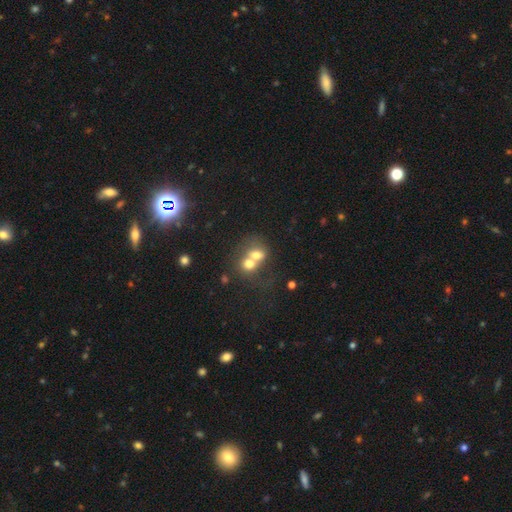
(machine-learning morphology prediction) smooth_or_featured: smooth (p=0.63) [alt: featured or disk p=0.25]
how_rounded: round (p=0.57) [alt: in between p=0.42]
merging: merger (p=0.71) [alt: none p=0.18]